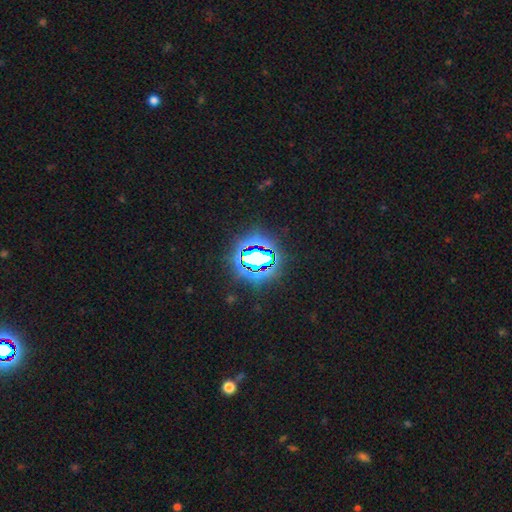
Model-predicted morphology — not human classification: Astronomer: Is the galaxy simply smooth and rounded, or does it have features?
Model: star or artifact — 74%.